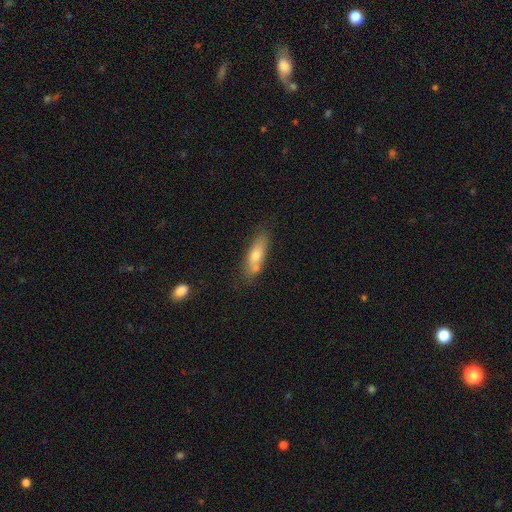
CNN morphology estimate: smooth 65%, featured or disk 28%, star or artifact 8%. Down the decision tree: how rounded — in between (49%); merging — none (63%).